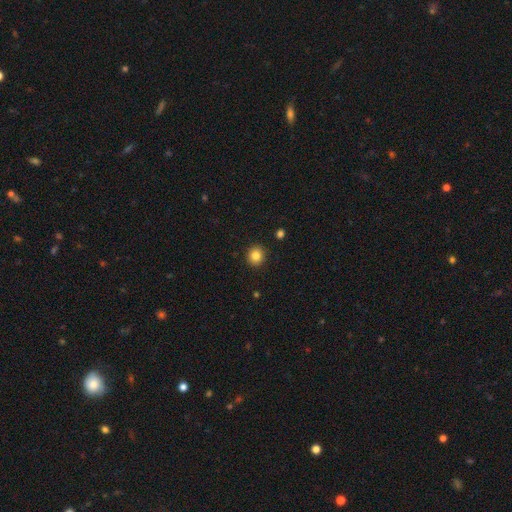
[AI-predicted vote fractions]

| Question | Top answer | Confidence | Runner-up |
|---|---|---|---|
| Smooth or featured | smooth | 84% | star or artifact (11%) |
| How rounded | round | 90% | in between (9%) |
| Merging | none | 91% | minor disturbance (6%) |